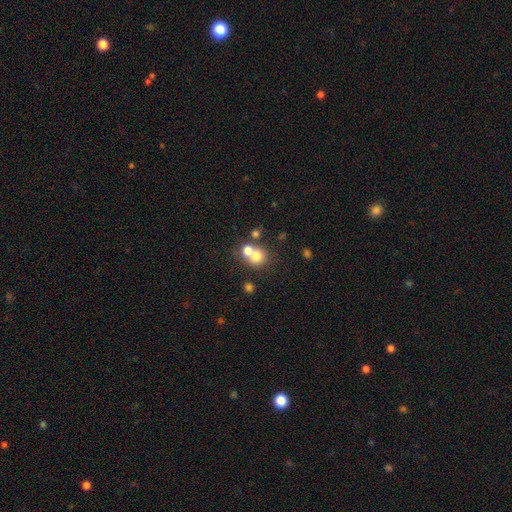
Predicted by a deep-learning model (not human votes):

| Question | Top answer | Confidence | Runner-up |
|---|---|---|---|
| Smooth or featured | smooth | 71% | featured or disk (15%) |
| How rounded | round | 82% | in between (17%) |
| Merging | merger | 51% | none (39%) |